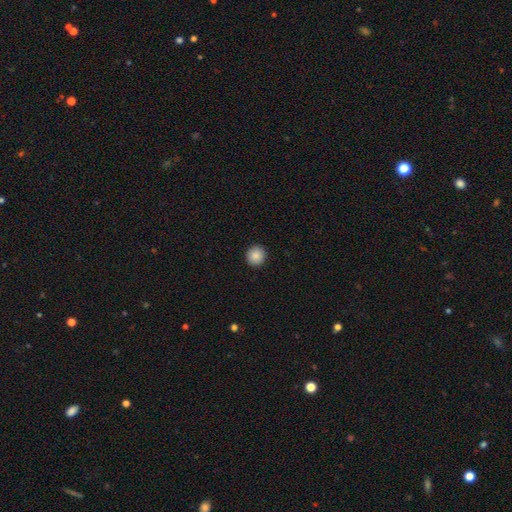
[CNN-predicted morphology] smooth-or-featured: smooth: 88% | star or artifact: 9% | featured or disk: 4%
  how-rounded: round: 93% | in between: 6% | cigar-shaped: 1%
  merging: none: 93% | minor disturbance: 5% | major disturbance: 1% | merger: 1%